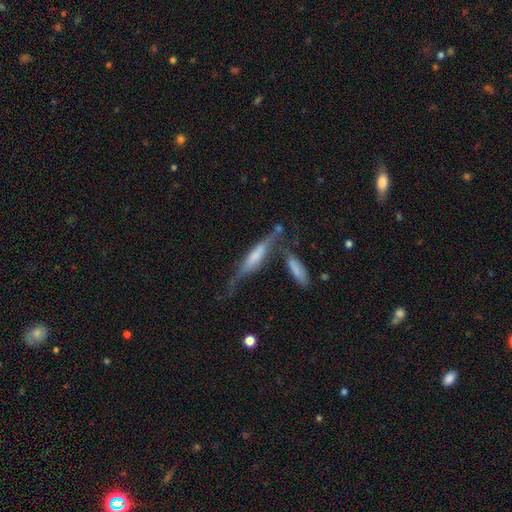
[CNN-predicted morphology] Smooth or featured? Predicted: featured or disk (p=0.57). Edge-on disk? Predicted: yes (p=0.78). Merging? Predicted: none (p=0.40).